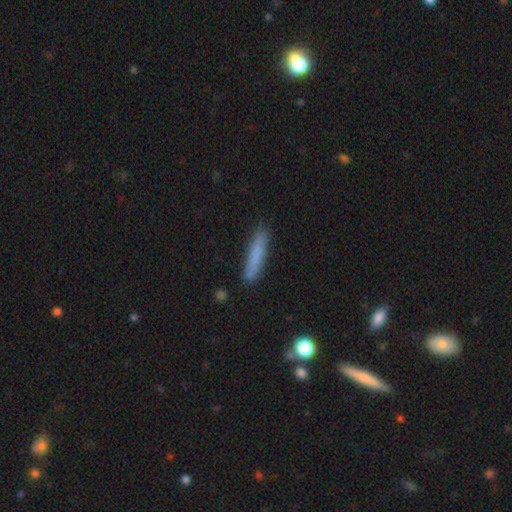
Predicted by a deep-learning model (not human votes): A smooth galaxy with no disk features (78%) that is cigar-shaped (92%). Merging: none (85%).